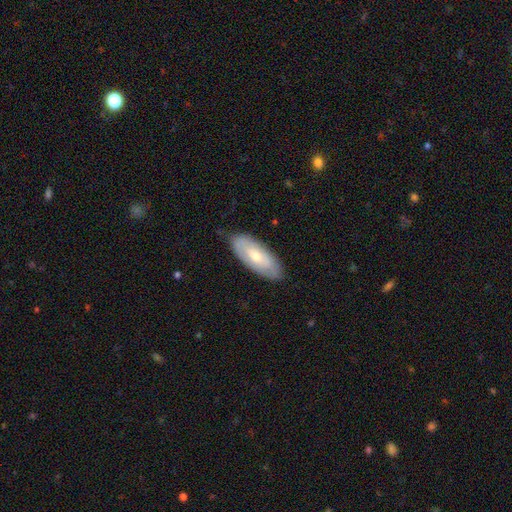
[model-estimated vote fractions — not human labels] A smooth galaxy with no disk features (51%) that is in between round and cigar-shaped (83%).

Vote fractions:
- Smooth or featured? smooth: 51% / featured or disk: 44% / star or artifact: 6%
- How rounded? in between: 83% / cigar-shaped: 15% / round: 2%
- Merging? none: 82% / minor disturbance: 14% / major disturbance: 3% / merger: 1%